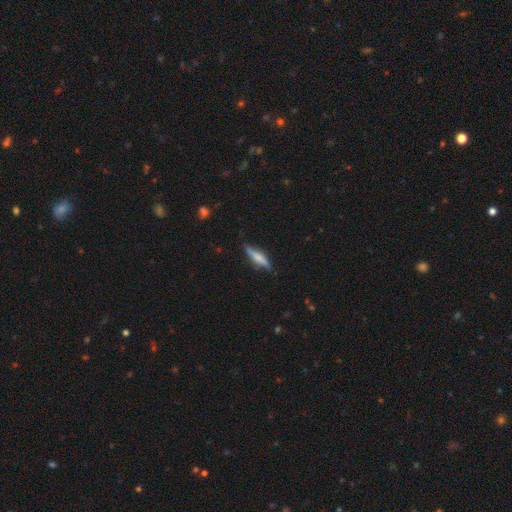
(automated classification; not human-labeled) Overall: featured or disk (49%; smooth 44%). Merging: none (76%).